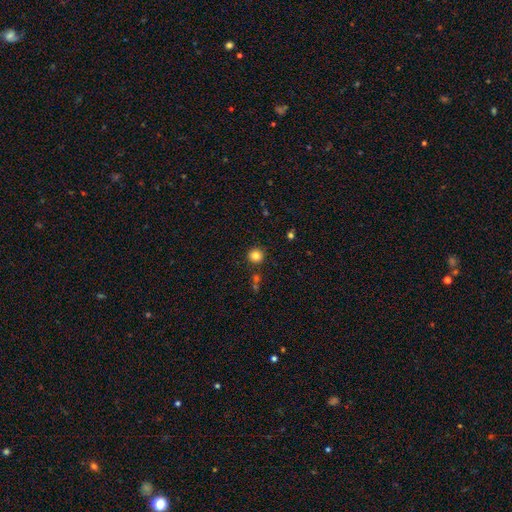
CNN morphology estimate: Smooth or featured: smooth — 83% (star or artifact — 11%)
How rounded: round — 93% (in between — 6%)
Merging: none — 88% (minor disturbance — 7%)